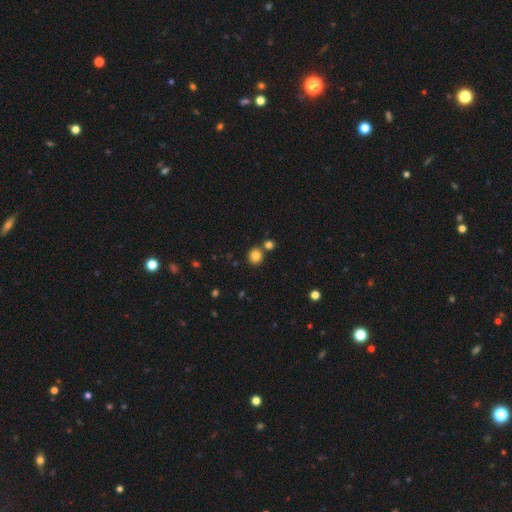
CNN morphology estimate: smooth 82%, star or artifact 12%, featured or disk 6%. Down the decision tree: how rounded — round (88%); merging — none (76%).